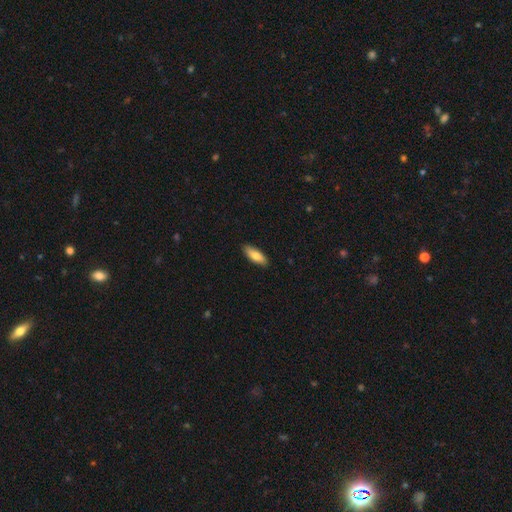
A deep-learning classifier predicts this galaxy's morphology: Smooth or featured? Predicted: smooth (p=0.78). How rounded? Predicted: in between (p=0.69). Merging? Predicted: none (p=0.89).